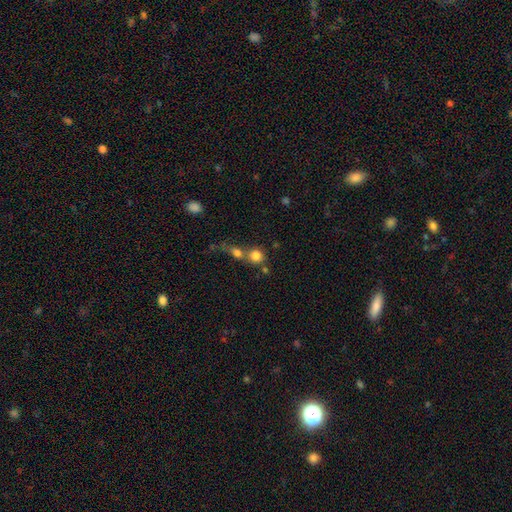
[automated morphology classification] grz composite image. It shows a smooth galaxy with no disk features (79%) that is round (86%). Merging: merger (48%).